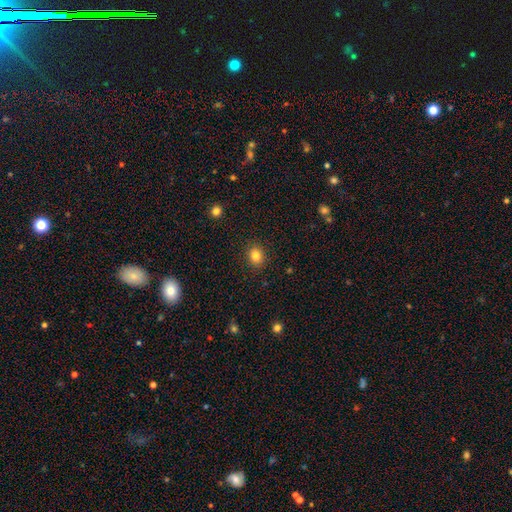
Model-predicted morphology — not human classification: A smooth galaxy with no disk features (83%) that is round (58%).

Vote fractions:
- Smooth or featured? smooth: 83% / star or artifact: 11% / featured or disk: 6%
- How rounded? round: 58% / in between: 41% / cigar-shaped: 1%
- Merging? none: 90% / minor disturbance: 7% / major disturbance: 2% / merger: 1%